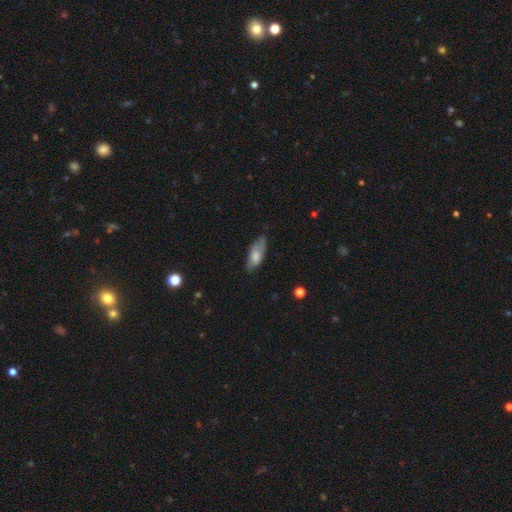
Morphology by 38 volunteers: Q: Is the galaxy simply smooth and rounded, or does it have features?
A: smooth — 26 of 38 (68%).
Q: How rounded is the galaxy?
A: in between — 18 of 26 (69%).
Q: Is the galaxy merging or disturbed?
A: none — 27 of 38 (71%).